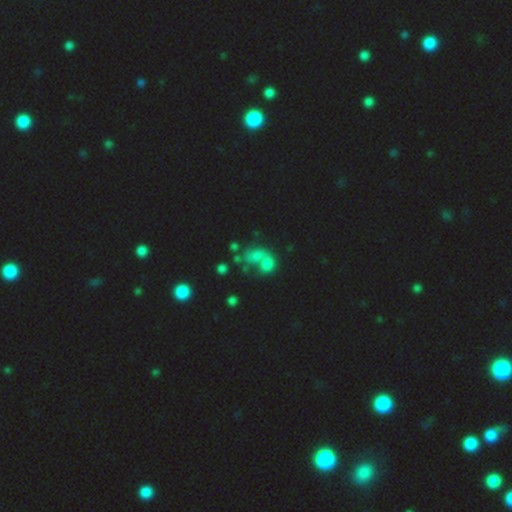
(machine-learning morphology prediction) smooth_or_featured: smooth (p=0.51) [alt: featured or disk p=0.26]
how_rounded: in between (p=0.59) [alt: round p=0.39]
merging: merger (p=0.60) [alt: none p=0.20]